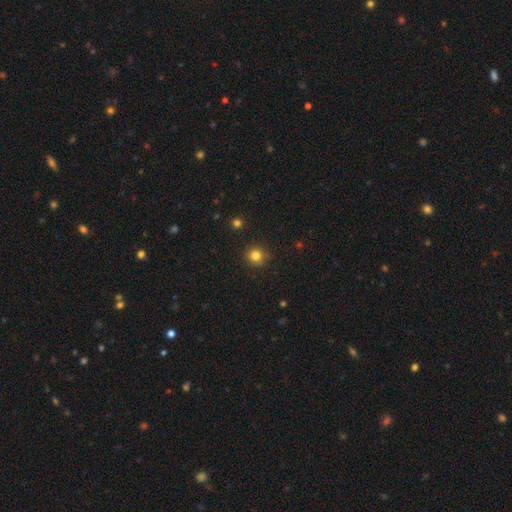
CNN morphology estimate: A smooth galaxy with no disk features (81%) that is round (92%). Merging: none (89%).